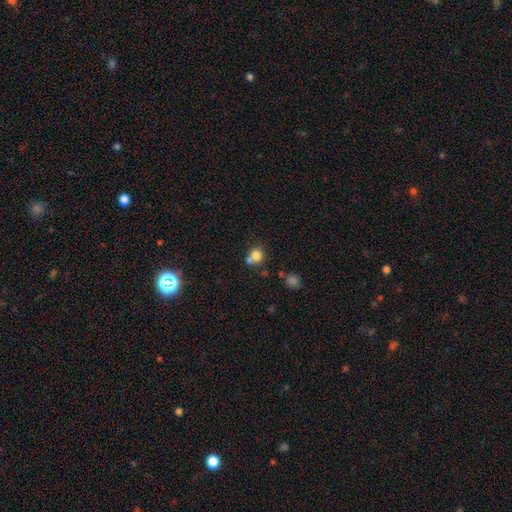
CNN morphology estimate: Overall: smooth (80%). How rounded: round (82%). Merging: none (50%; merger 36%).